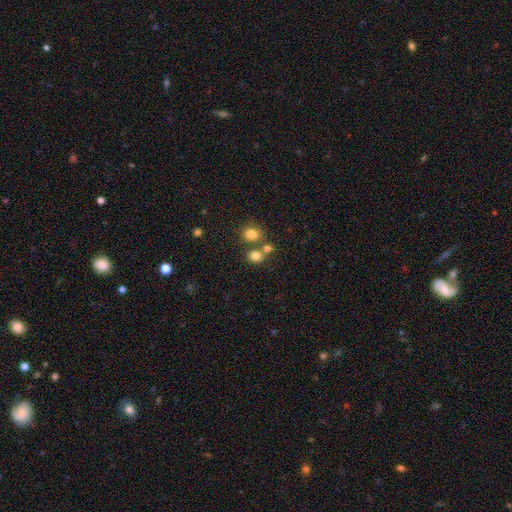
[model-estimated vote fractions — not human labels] Smooth or featured: smooth — 77% (star or artifact — 15%)
How rounded: round — 74% (in between — 25%)
Merging: none — 57% (merger — 31%)